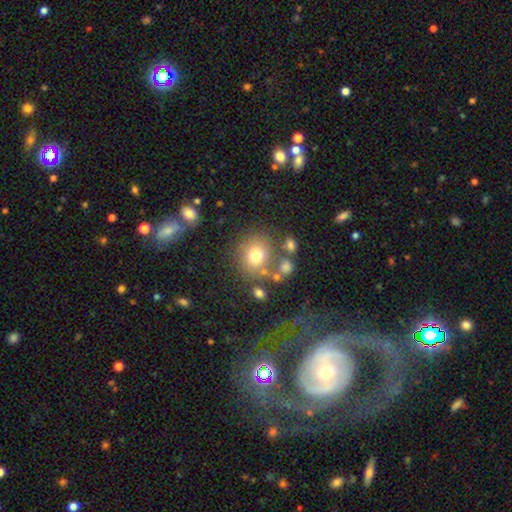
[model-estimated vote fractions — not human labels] smooth-or-featured: smooth: 73% | star or artifact: 14% | featured or disk: 13%
  how-rounded: round: 75% | in between: 24% | cigar-shaped: 1%
  merging: none: 67% | minor disturbance: 14% | merger: 12% | major disturbance: 8%